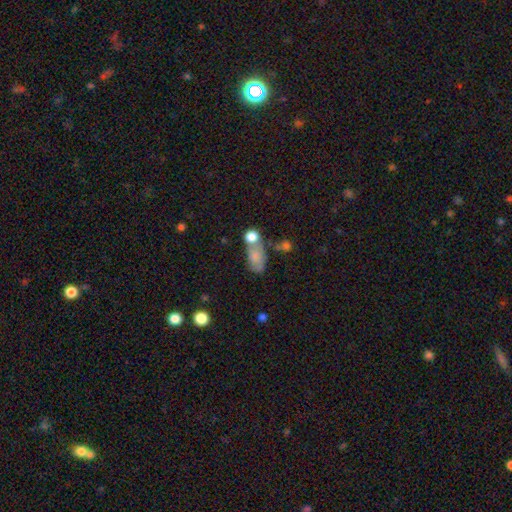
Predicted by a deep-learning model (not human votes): Q: Smooth or featured?
A: smooth (73%); runner-up: featured or disk (16%)
Q: How rounded?
A: in between (82%); runner-up: round (13%)
Q: Merging?
A: merger (36%); runner-up: none (34%)